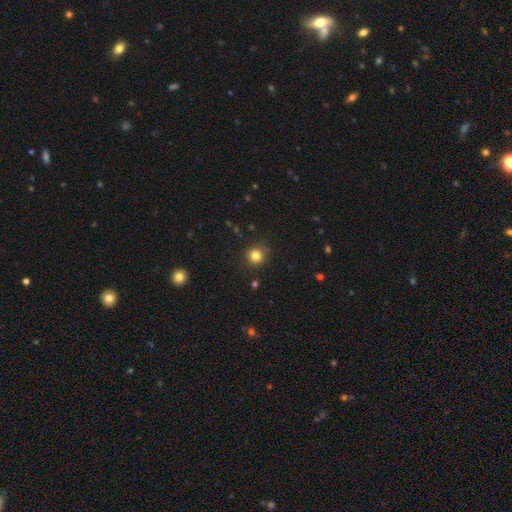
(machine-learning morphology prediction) smooth-or-featured: smooth: 82% | star or artifact: 13% | featured or disk: 5%
  how-rounded: round: 92% | in between: 7% | cigar-shaped: 1%
  merging: none: 88% | minor disturbance: 8% | major disturbance: 2% | merger: 1%